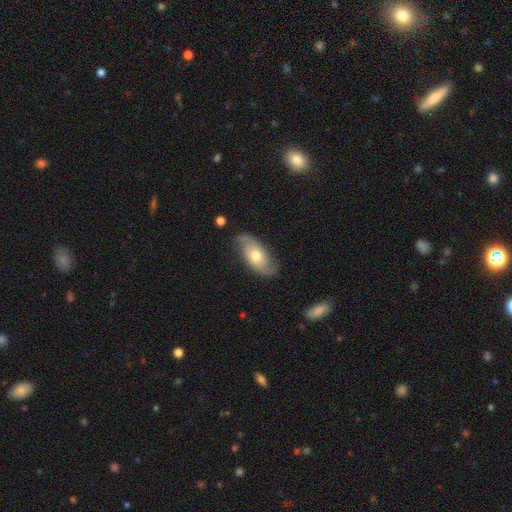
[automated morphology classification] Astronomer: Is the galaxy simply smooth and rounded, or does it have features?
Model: featured or disk — 57% (runner-up: smooth, 36%).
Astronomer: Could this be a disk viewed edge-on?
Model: no — 89%.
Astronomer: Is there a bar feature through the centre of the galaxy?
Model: no — 78%.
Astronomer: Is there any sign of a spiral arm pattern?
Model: yes — 79%.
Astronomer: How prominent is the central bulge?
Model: moderate — 73%.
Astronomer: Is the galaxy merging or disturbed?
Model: none — 73%.